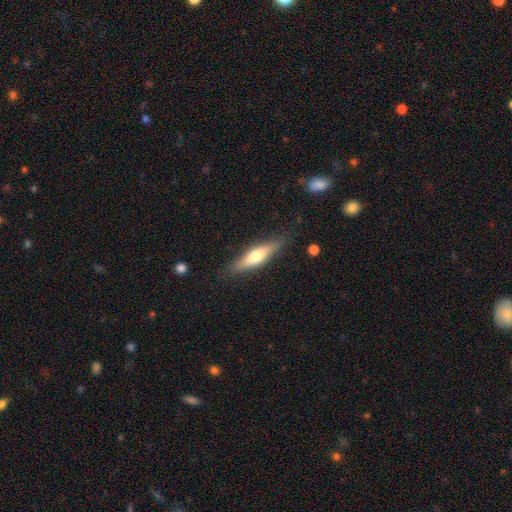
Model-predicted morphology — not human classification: smooth-or-featured: smooth: 50% | featured or disk: 44% | star or artifact: 6%
  how-rounded: cigar-shaped: 68% | in between: 30% | round: 2%
  merging: none: 81% | minor disturbance: 14% | major disturbance: 3% | merger: 1%